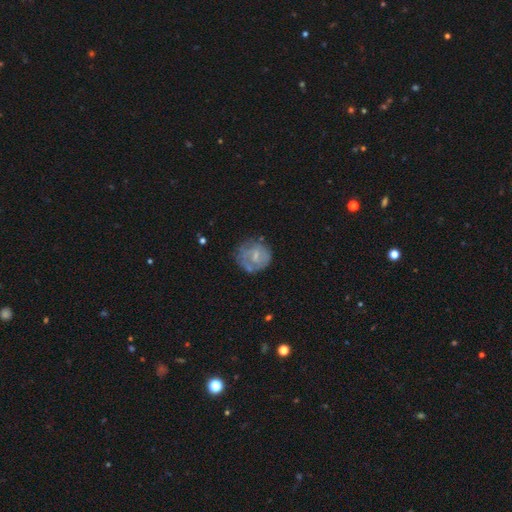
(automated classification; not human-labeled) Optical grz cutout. It shows a featured or disk galaxy (57%) with a weak bar (46%, tied with no), spiral arms (54%) and a small central bulge (51%). Merging: none (56%).